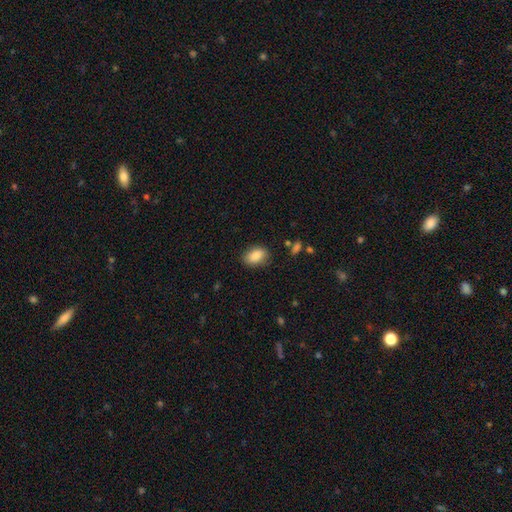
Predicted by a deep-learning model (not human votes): Q: Smooth or featured?
A: smooth (86%); runner-up: star or artifact (8%)
Q: How rounded?
A: in between (86%); runner-up: round (12%)
Q: Merging?
A: none (83%); runner-up: minor disturbance (12%)